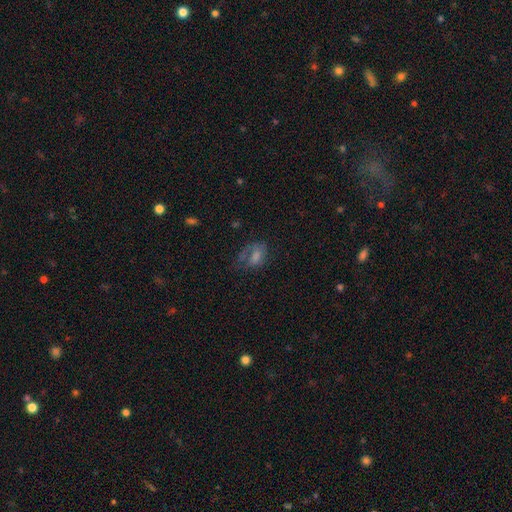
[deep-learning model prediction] This appears to be a smooth galaxy with no disk features (58%) that is in between round and cigar-shaped (82%). Merging: major disturbance (38%).